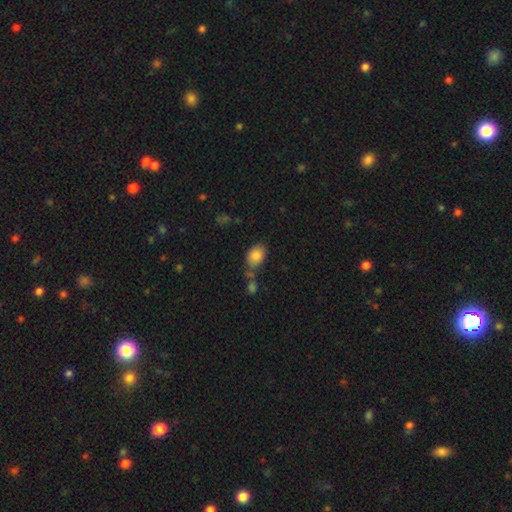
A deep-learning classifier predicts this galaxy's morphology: A smooth galaxy with no disk features (85%) that is in between round and cigar-shaped (80%).

Vote fractions:
- Smooth or featured? smooth: 85% / star or artifact: 8% / featured or disk: 7%
- How rounded? in between: 80% / round: 19% / cigar-shaped: 1%
- Merging? none: 57% / merger: 19% / minor disturbance: 18% / major disturbance: 6%